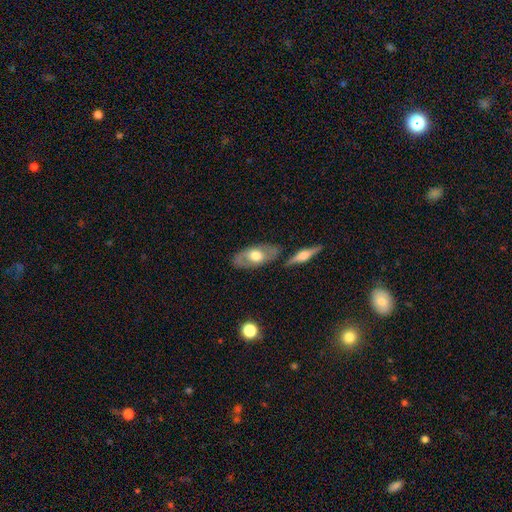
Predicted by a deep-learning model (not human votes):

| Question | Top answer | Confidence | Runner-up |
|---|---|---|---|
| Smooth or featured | featured or disk | 50% | smooth (44%) |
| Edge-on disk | no | 67% | yes (33%) |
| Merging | none | 76% | minor disturbance (13%) |